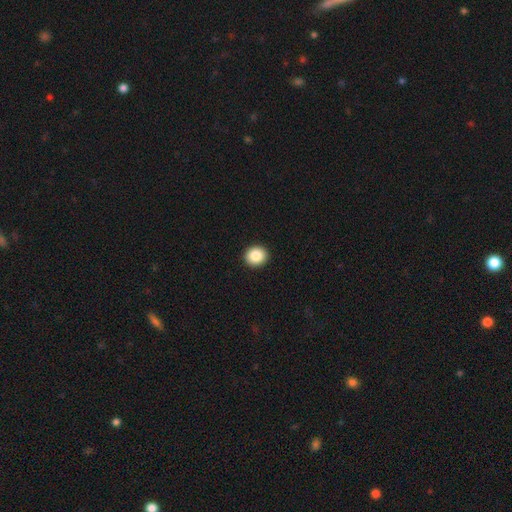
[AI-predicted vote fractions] Smooth or featured? smooth (87%)
How rounded? round (84%)
Merging? none (93%)